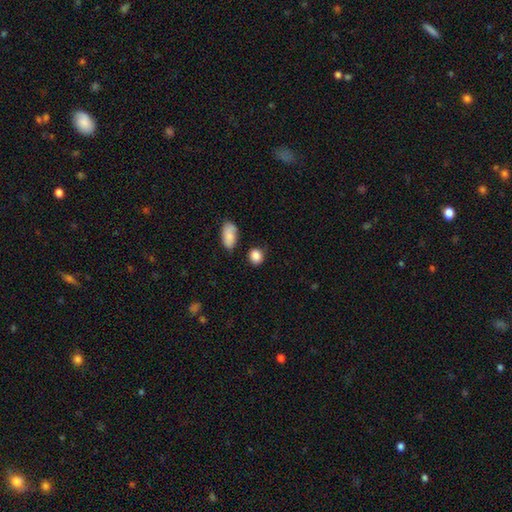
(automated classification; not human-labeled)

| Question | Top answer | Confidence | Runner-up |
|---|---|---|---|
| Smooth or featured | smooth | 87% | star or artifact (9%) |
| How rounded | round | 69% | in between (30%) |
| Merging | none | 78% | minor disturbance (14%) |